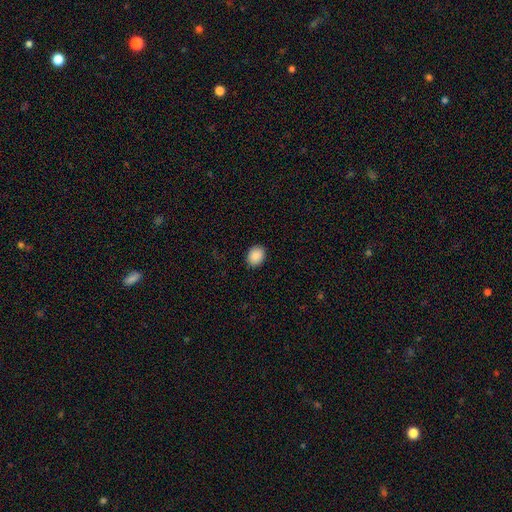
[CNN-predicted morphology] This is clearly a smooth galaxy (90%). How rounded: possibly in between (56%). Merging: clearly none (89%).